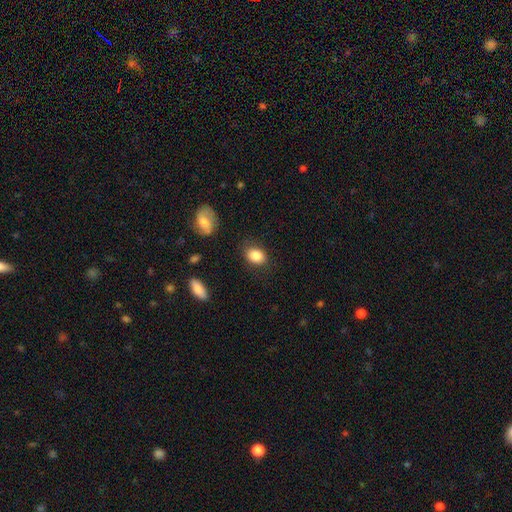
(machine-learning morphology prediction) Smooth or featured: smooth — 86% (star or artifact — 8%)
How rounded: in between — 65% (round — 34%)
Merging: none — 81% (minor disturbance — 14%)